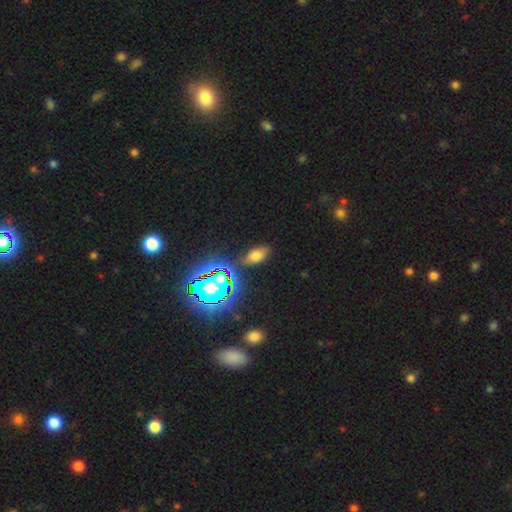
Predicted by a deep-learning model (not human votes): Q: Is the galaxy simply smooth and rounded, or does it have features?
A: smooth — 56%.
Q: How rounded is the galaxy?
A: in between — 88%.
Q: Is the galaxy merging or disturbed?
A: none — 78%.